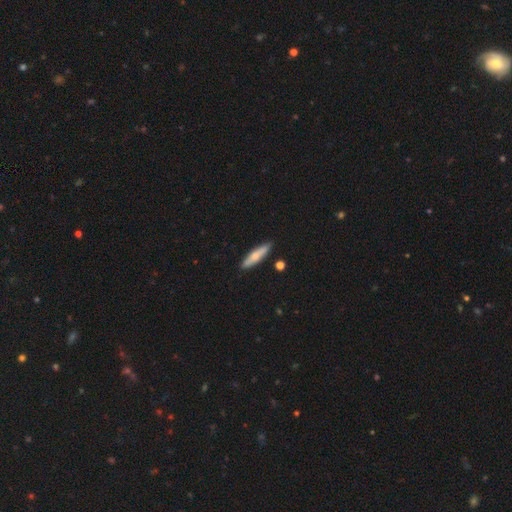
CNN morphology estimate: A smooth galaxy with no disk features (63%) that is cigar-shaped (81%). Merging: none (87%).